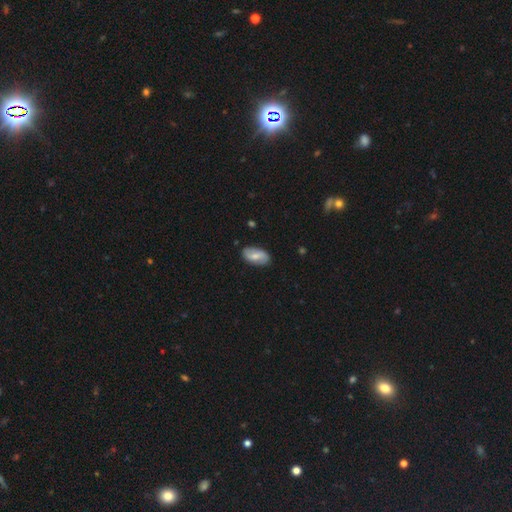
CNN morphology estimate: The model was most divided on "smooth or featured": featured or disk: 47%, smooth: 46%, star or artifact: 6%. More confident: merging — none (83%).